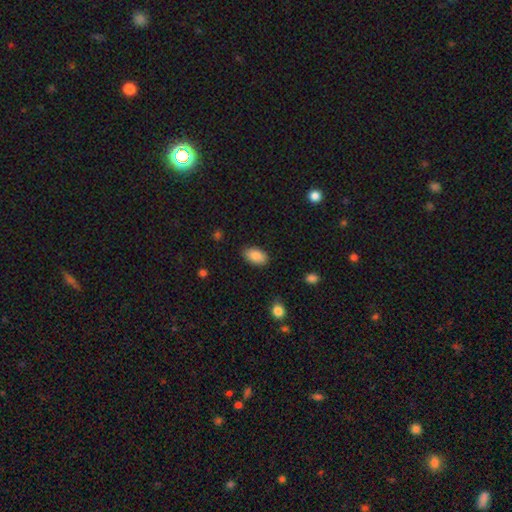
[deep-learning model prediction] smooth 87%, star or artifact 7%, featured or disk 6%. Down the decision tree: how rounded — in between (93%); merging — none (85%).